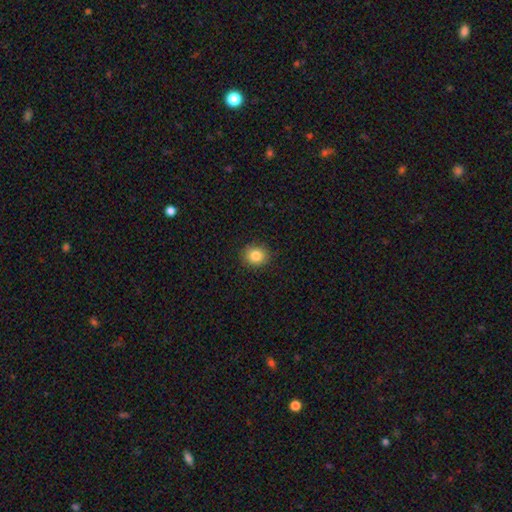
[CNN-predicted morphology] type=smooth (84%); roundness=round (75%); merging=none (89%).